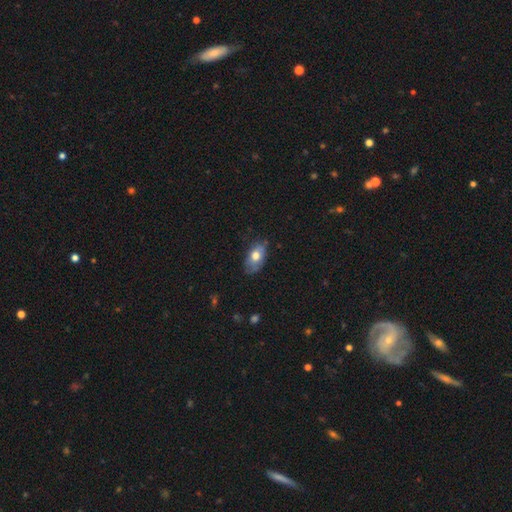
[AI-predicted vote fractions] Smooth or featured? smooth (65%)
How rounded? in between (88%)
Merging? none (64%)